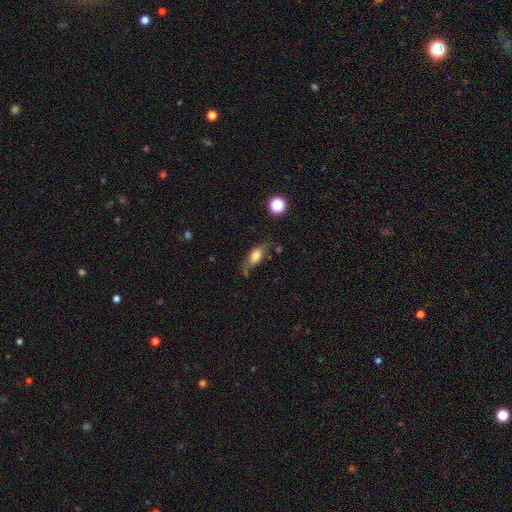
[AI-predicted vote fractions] This is likely a smooth galaxy (71%). How rounded: clearly in between (82%). Merging: possibly none (57%).